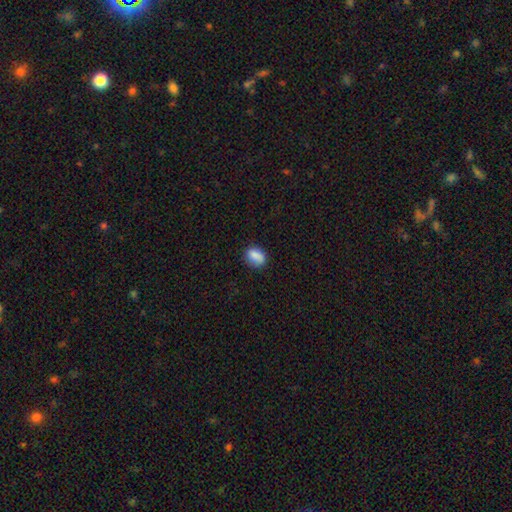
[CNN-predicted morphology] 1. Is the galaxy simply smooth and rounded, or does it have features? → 86% smooth, 8% star or artifact, 6% featured or disk.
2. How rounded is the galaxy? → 70% in between, 28% round, 2% cigar-shaped.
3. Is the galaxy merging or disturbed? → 75% none, 19% minor disturbance, 4% major disturbance, 2% merger.